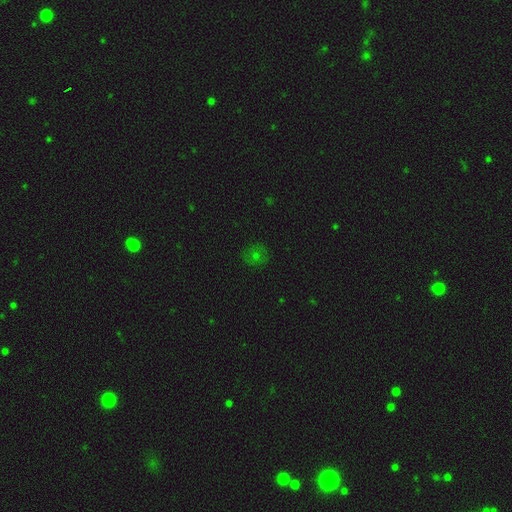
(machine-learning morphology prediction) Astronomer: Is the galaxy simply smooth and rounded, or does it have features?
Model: smooth — 53% (runner-up: star or artifact, 33%).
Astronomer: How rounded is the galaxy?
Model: round — 84%.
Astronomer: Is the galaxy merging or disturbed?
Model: none — 82%.